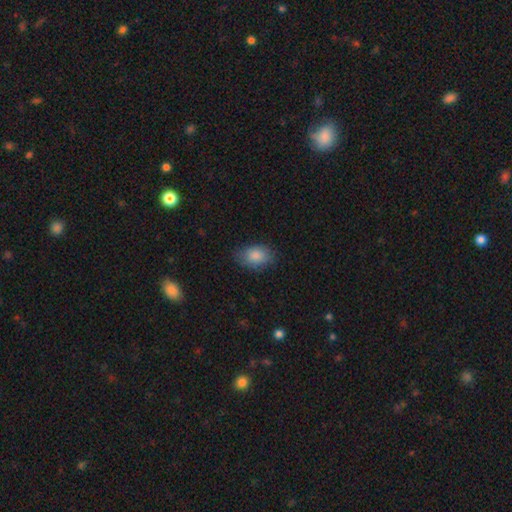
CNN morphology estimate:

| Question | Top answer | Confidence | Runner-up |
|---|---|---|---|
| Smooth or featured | smooth | 86% | star or artifact (7%) |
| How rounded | in between | 87% | round (12%) |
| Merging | none | 77% | minor disturbance (18%) |